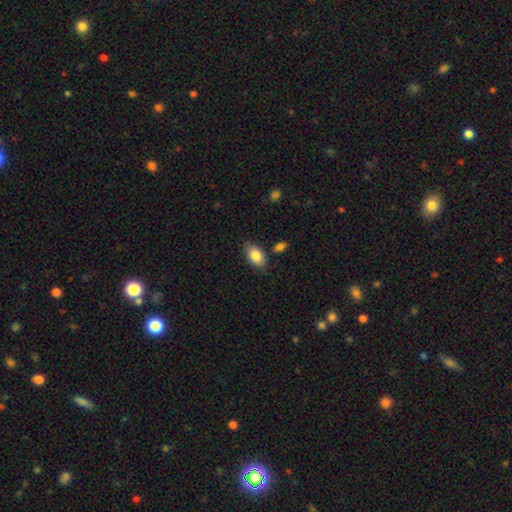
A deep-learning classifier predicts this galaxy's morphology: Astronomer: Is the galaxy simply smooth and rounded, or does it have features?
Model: smooth — 84%.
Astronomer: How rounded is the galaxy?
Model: in between — 92%.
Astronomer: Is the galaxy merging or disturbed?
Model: none — 80%.